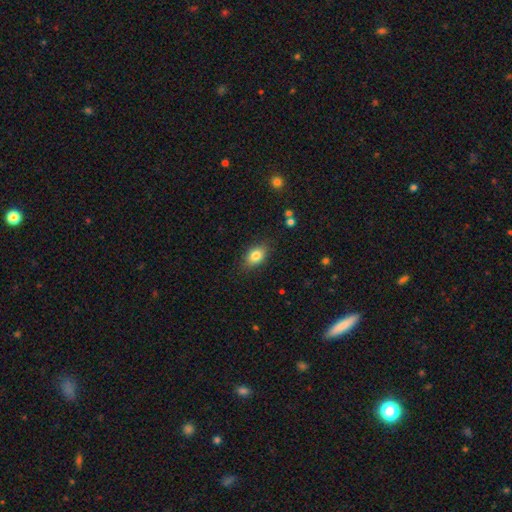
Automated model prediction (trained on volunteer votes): smooth-or-featured: smooth: 82% | featured or disk: 9% | star or artifact: 9%
  how-rounded: in between: 83% | round: 14% | cigar-shaped: 2%
  merging: none: 83% | minor disturbance: 13% | major disturbance: 3% | merger: 1%